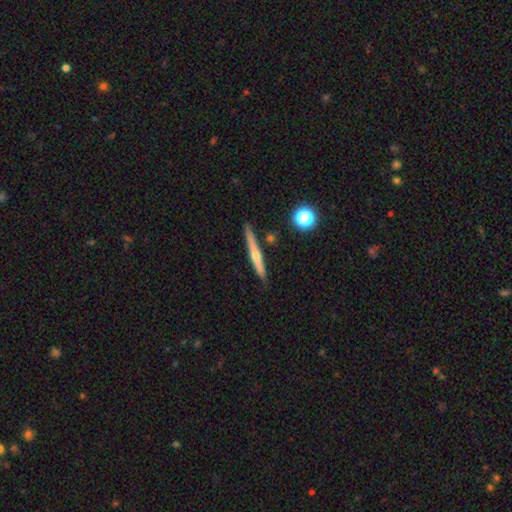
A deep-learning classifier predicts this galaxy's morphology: Smooth or featured? featured or disk (63%)
Edge-on disk? yes (97%)
Edge-on bulge? rounded (80%)
Merging? none (86%)